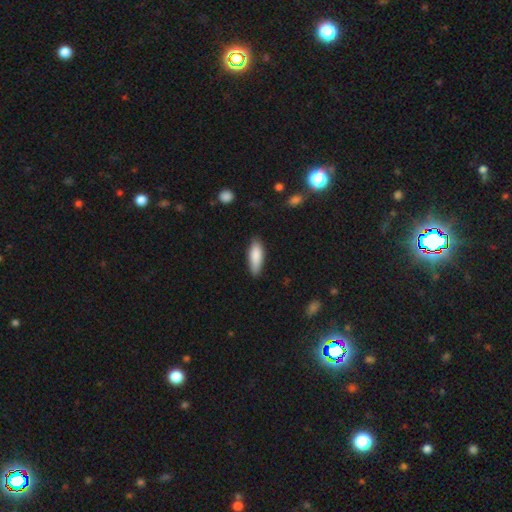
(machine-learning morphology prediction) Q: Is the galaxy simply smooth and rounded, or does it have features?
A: smooth — 85%.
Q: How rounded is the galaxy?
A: in between — 61%.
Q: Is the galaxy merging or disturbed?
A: none — 81%.